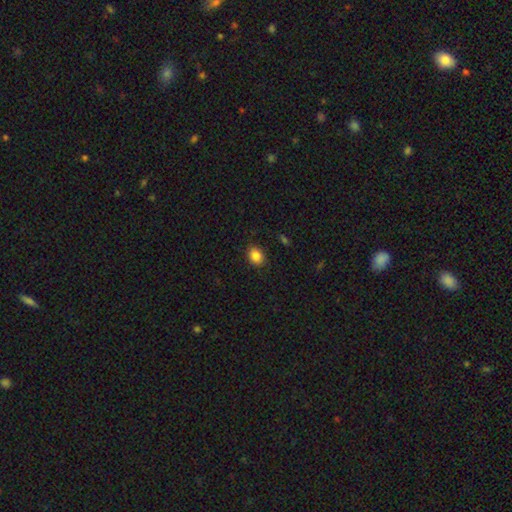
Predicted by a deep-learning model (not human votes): Morphology: type=smooth (86%); roundness=in between (55%); merging=none (87%).